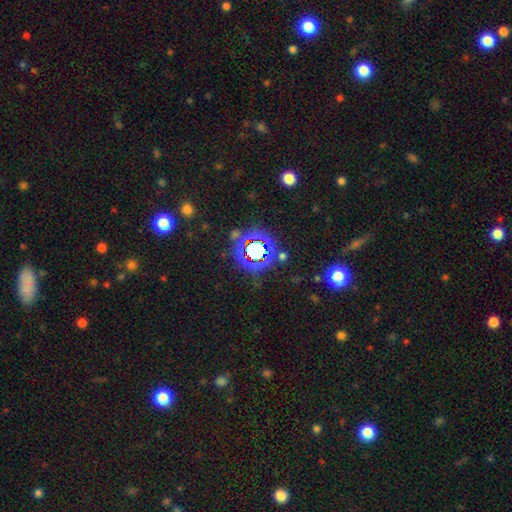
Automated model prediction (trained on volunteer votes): Q: Smooth or featured?
A: star or artifact (69%); runner-up: smooth (21%)